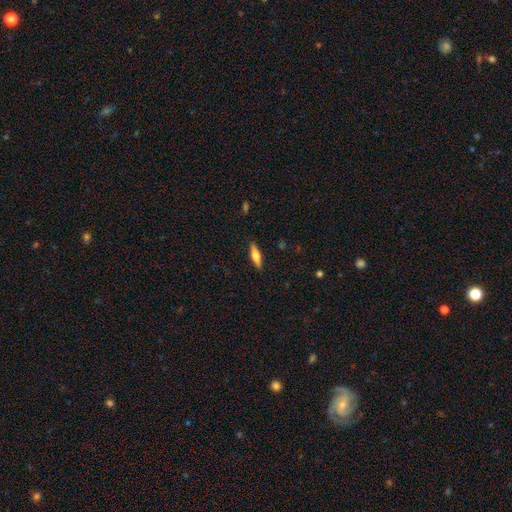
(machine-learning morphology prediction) Smooth or featured: smooth — 51% (featured or disk — 43%)
How rounded: cigar-shaped — 63% (in between — 35%)
Merging: none — 89% (minor disturbance — 8%)